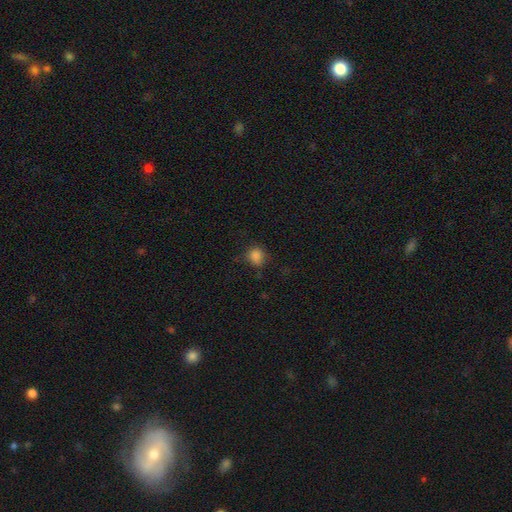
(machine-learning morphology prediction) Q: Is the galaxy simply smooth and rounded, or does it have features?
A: smooth — 83%.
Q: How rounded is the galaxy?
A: round — 76%.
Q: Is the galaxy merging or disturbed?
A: none — 71%.